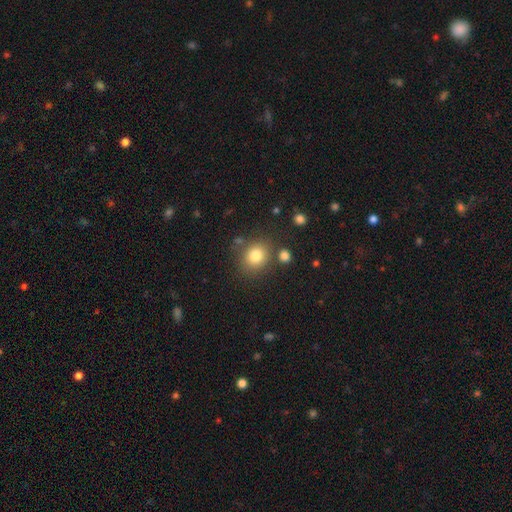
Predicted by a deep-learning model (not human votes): A smooth galaxy with no disk features (80%) that is round (74%). Merging: none (77%).